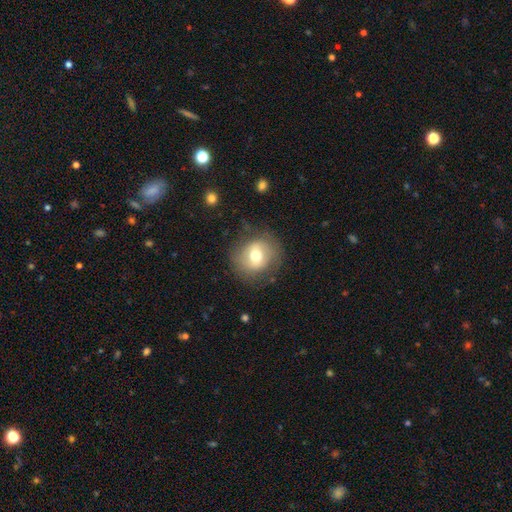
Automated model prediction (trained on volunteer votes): This is likely a smooth galaxy (60%). How rounded: likely round (76%). Merging: likely none (73%).